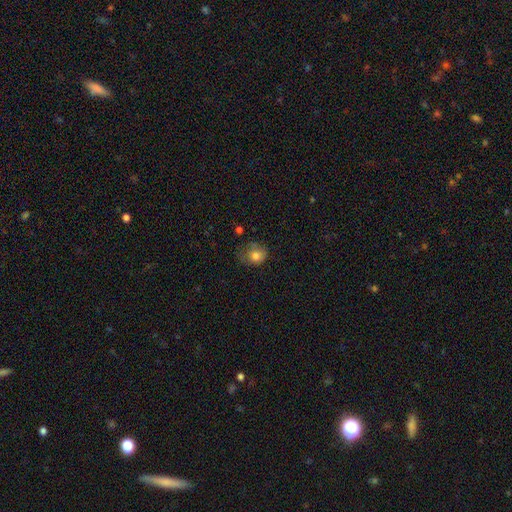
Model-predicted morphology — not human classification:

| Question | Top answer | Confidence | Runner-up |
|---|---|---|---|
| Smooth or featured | smooth | 77% | featured or disk (13%) |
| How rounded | round | 62% | in between (37%) |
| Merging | none | 44% | minor disturbance (33%) |